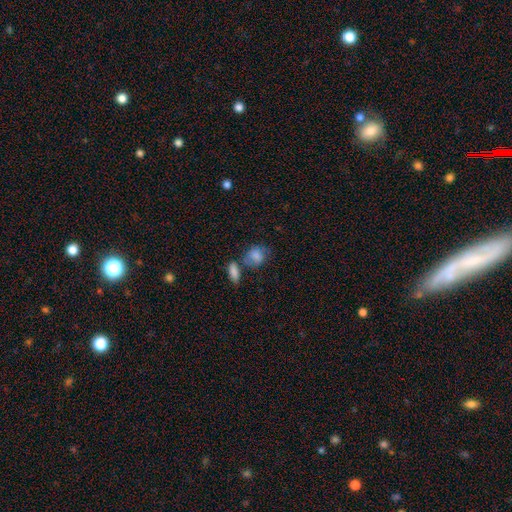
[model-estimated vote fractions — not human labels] smooth 81%, featured or disk 11%, star or artifact 8%. Down the decision tree: how rounded — round (51%); merging — none (47%).